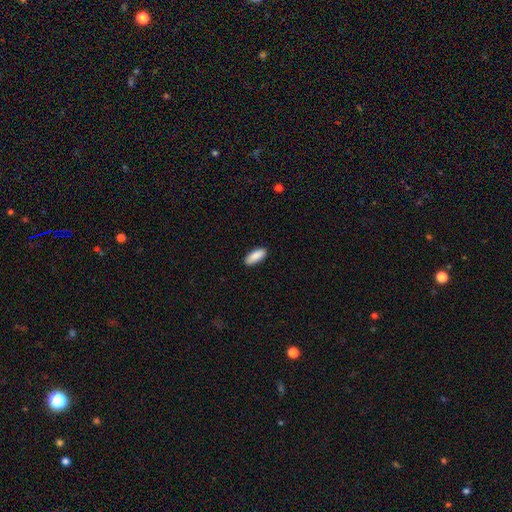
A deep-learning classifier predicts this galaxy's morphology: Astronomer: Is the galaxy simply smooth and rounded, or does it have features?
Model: smooth — 90%.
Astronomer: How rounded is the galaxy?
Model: in between — 77%.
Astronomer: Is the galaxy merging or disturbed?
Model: none — 89%.